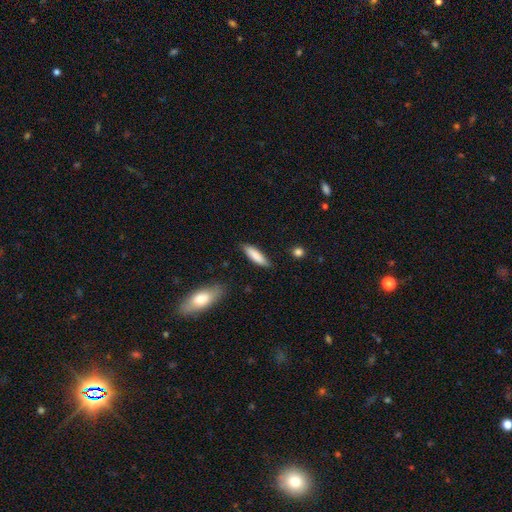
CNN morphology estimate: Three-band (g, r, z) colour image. It shows a smooth galaxy with no disk features (83%) that is cigar-shaped (61%). Merging: none (84%).